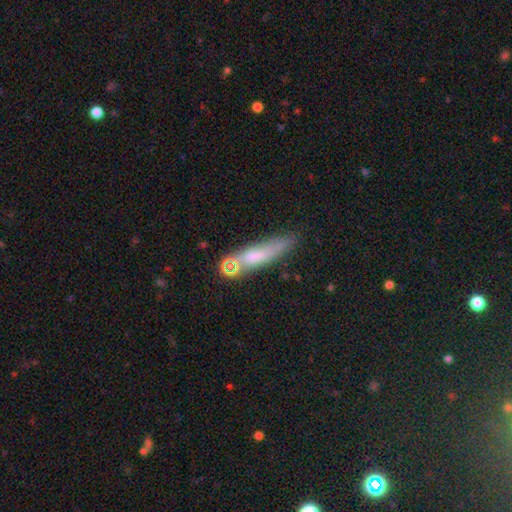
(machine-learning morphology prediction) Smooth or featured? Predicted: smooth (p=0.61). How rounded? Predicted: cigar-shaped (p=0.76). Merging? Predicted: none (p=0.60).